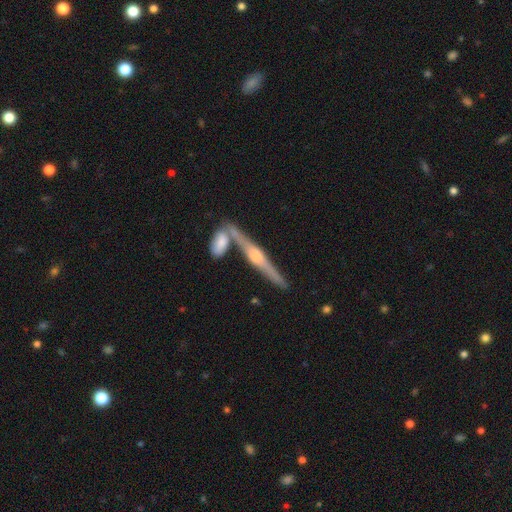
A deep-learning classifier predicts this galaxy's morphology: A featured or disk galaxy (83%) viewed edge-on (98%) with a rounded central bulge (91%). Merging: none (74%).